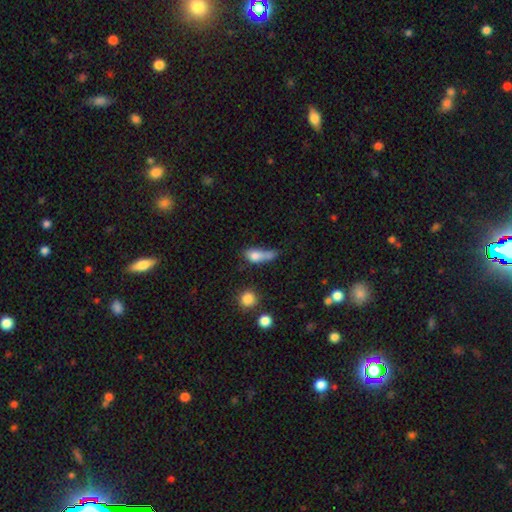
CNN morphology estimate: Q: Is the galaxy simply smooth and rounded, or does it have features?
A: smooth — 72%.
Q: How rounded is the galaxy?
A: in between — 61%.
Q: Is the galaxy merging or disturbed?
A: major disturbance — 27%.